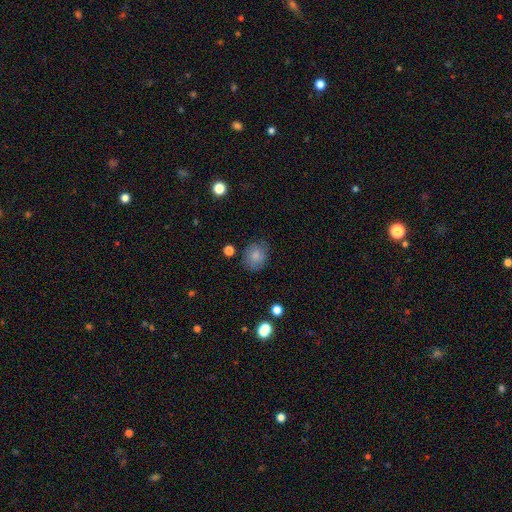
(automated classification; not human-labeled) The model was most divided on "how rounded": round: 70%, in between: 30%, cigar-shaped: 1%. More confident: smooth or featured — smooth (83%); merging — none (79%).